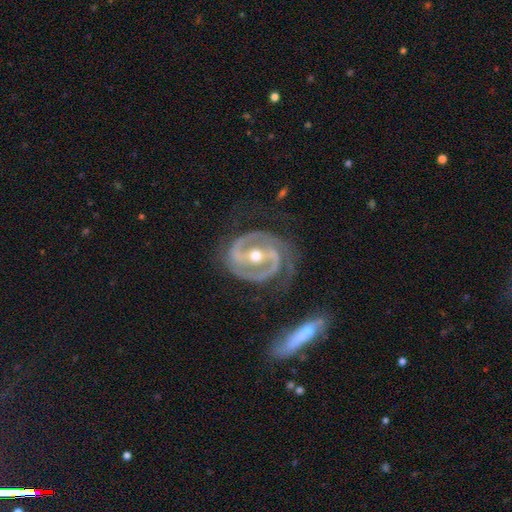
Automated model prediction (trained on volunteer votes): A featured or disk galaxy (91%) with a strong bar (53%), 2 (86%) tight (51%) spiral arms (96%) and a moderate central bulge (67%). Merging: none (68%).